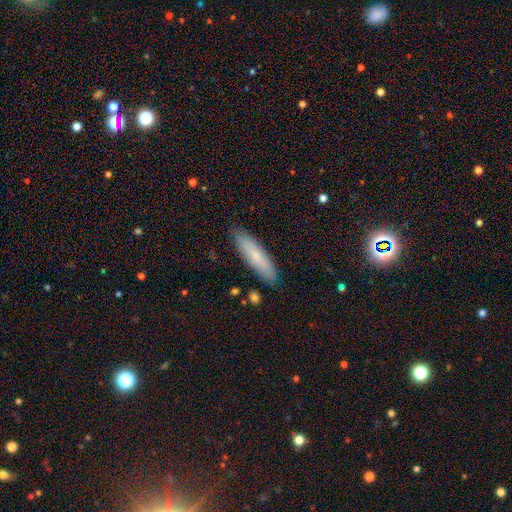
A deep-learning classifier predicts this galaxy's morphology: Q: Smooth or featured?
A: smooth (70%); runner-up: featured or disk (23%)
Q: How rounded?
A: cigar-shaped (70%); runner-up: in between (28%)
Q: Merging?
A: none (87%); runner-up: minor disturbance (9%)